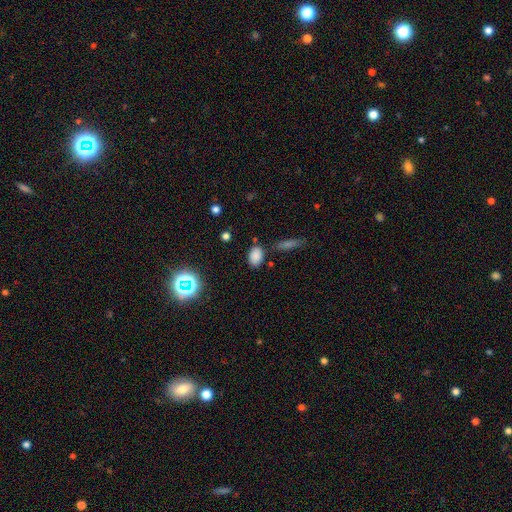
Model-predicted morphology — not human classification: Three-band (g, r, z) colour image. It shows a smooth galaxy with no disk features (82%) that is in between round and cigar-shaped (81%). Merging: none (78%).